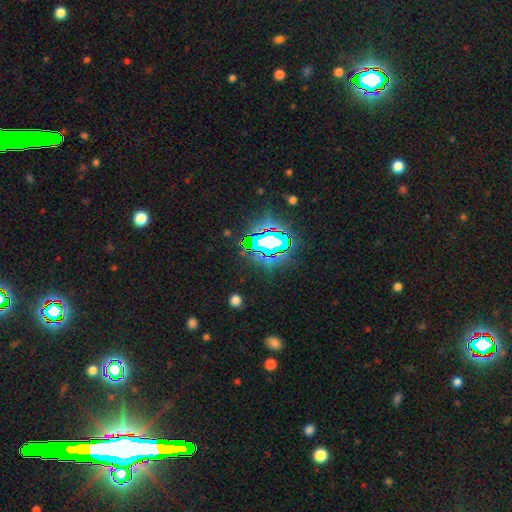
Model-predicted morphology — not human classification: Smooth or featured: star or artifact — 81% (smooth — 10%)